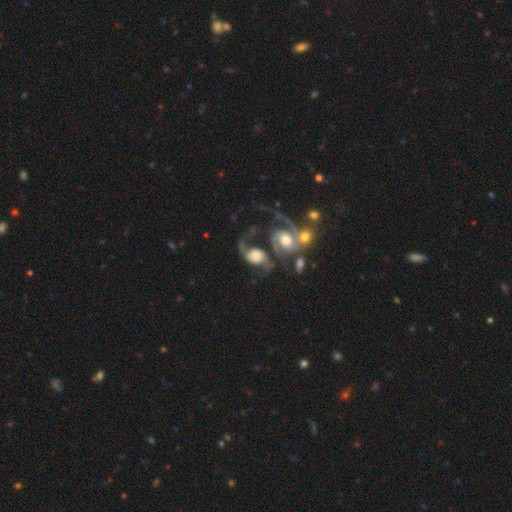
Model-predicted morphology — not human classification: This appears to be a featured or disk galaxy (85%) with no bar (62%), 2 (85%) loose (52%) spiral arms (96%) and a moderate central bulge (40%). Merging: merger (41%).